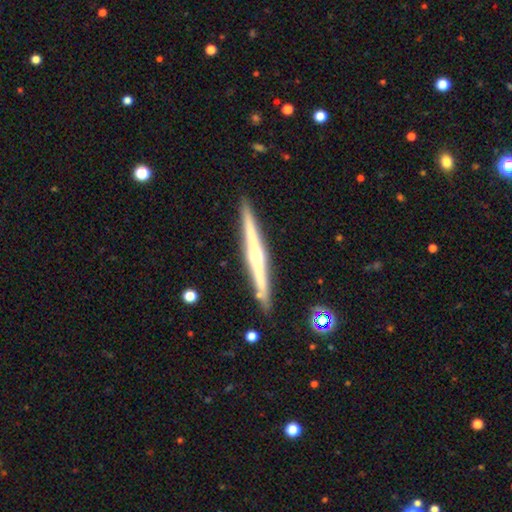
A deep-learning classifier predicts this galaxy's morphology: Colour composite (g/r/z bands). It shows a featured or disk galaxy (76%) viewed edge-on (98%) with a rounded central bulge (80%). Merging: none (89%).